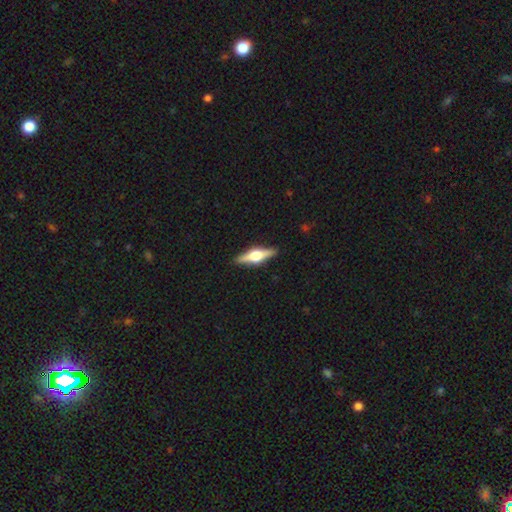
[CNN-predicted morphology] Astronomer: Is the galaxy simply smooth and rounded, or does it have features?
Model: featured or disk — 72%.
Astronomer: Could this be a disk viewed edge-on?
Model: yes — 97%.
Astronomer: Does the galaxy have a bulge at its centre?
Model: rounded — 94%.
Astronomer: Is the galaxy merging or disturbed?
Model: none — 90%.